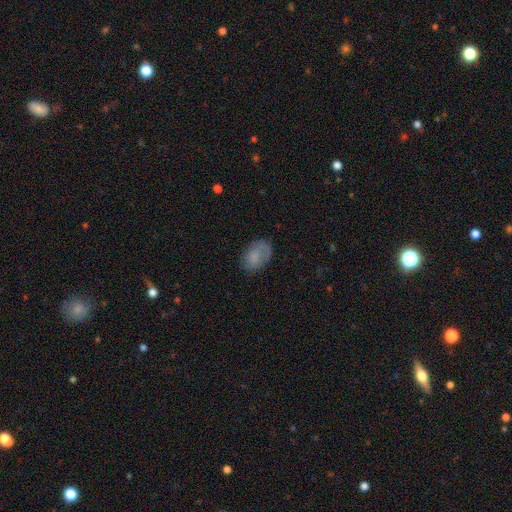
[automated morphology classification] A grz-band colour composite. It shows a smooth galaxy with no disk features (77%) that is in between round and cigar-shaped (86%). Merging: none (66%).